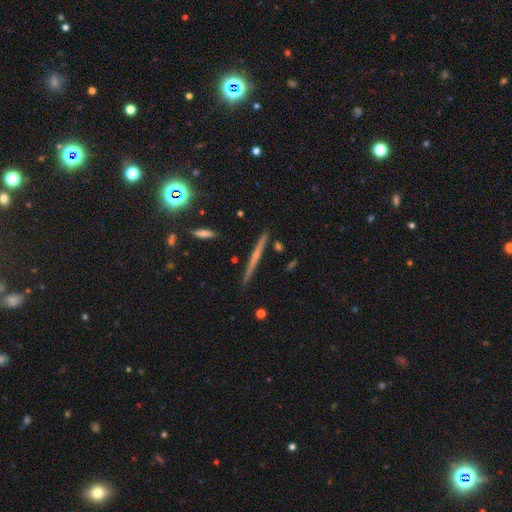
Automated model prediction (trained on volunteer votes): This appears to be a featured or disk galaxy (60%) viewed edge-on (97%) with no central bulge (57%). Merging: none (90%).